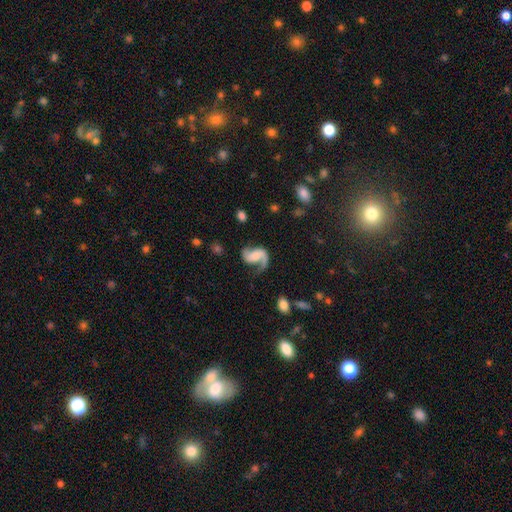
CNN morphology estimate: Overall: featured or disk (84%). Edge-on disk: no (98%). Bar: no (48%; weak 37%). Spiral arms: yes (96%). Spiral arm count: 2 (71%). Spiral winding: loose (54%; medium 37%). Bulge size: none (37%; small 27%). Merging: none (56%; major disturbance 22%).